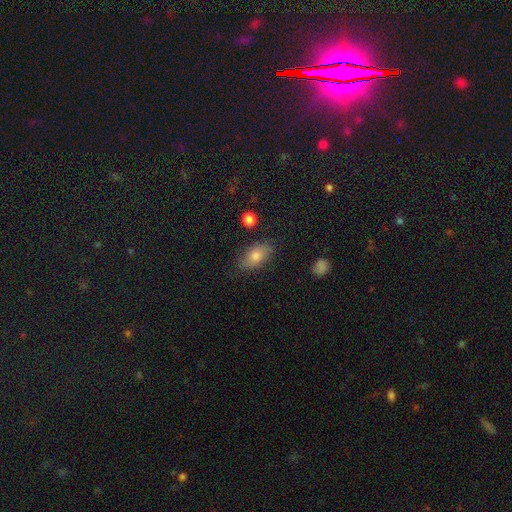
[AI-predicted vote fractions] Morphology: type=smooth (72%); roundness=in between (89%); merging=none (79%).